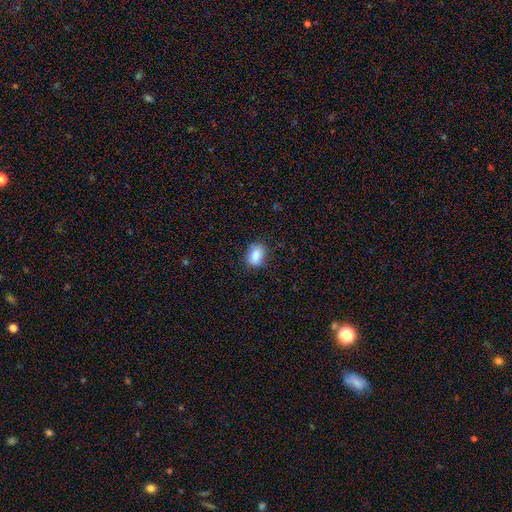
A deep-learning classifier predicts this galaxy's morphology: Smooth or featured: smooth — 86% (star or artifact — 8%)
How rounded: in between — 76% (round — 23%)
Merging: none — 79% (minor disturbance — 16%)